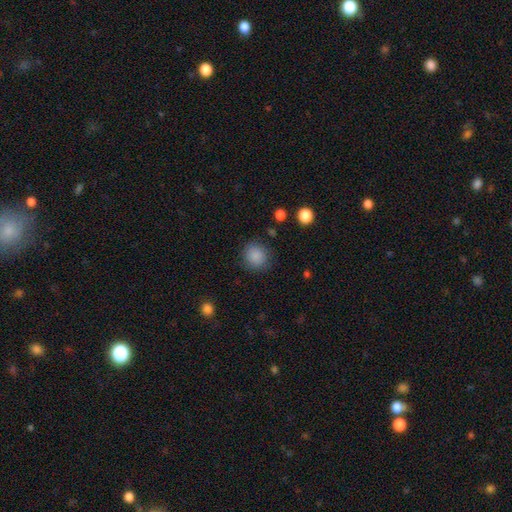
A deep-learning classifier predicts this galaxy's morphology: smooth 87%, star or artifact 9%, featured or disk 4%. Down the decision tree: how rounded — round (86%); merging — none (84%).